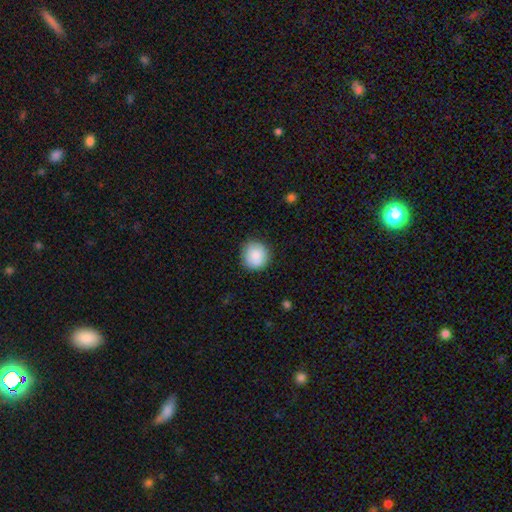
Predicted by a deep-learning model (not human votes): Q: Smooth or featured?
A: smooth (85%); runner-up: featured or disk (7%)
Q: How rounded?
A: round (90%); runner-up: in between (9%)
Q: Merging?
A: none (86%); runner-up: minor disturbance (11%)